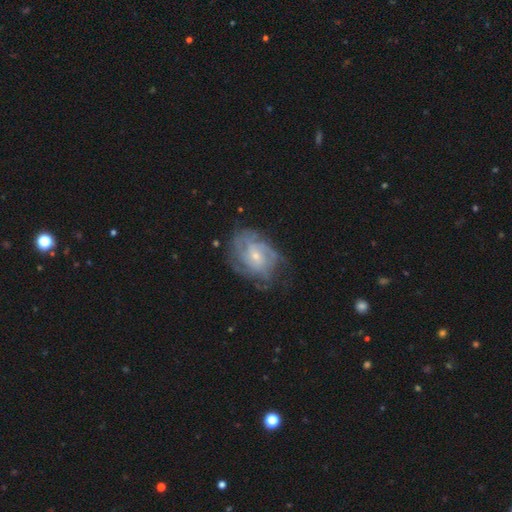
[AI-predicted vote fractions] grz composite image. It shows a featured or disk galaxy (76%) with no bar (64%), tight (52%) spiral arms (86%) and a small central bulge (69%). Merging: none (61%).